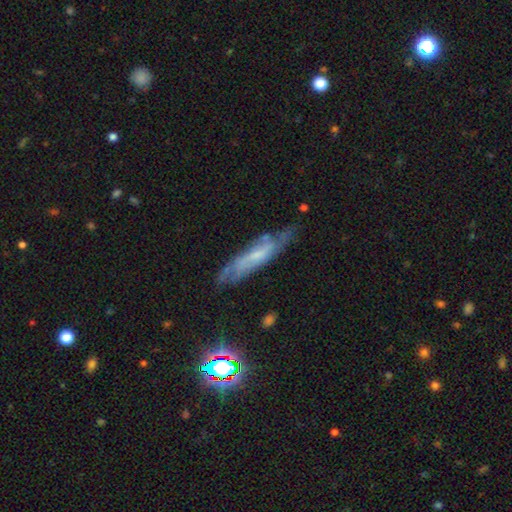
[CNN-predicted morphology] featured or disk 62%, smooth 27%, star or artifact 11%. Down the decision tree: edge-on disk — no (58%); merging — none (67%).